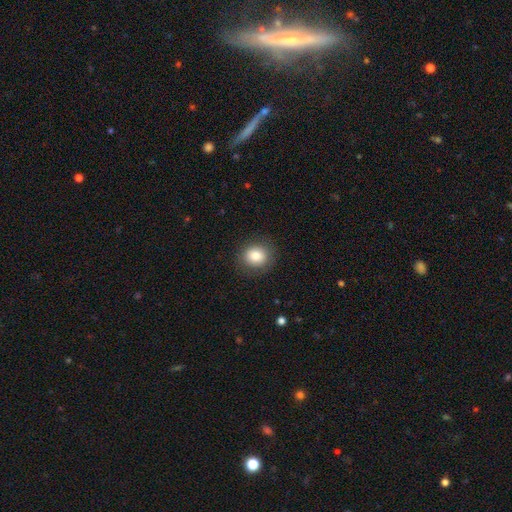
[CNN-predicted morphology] Smooth or featured? Predicted: smooth (p=0.83). How rounded? Predicted: round (p=0.82). Merging? Predicted: none (p=0.88).